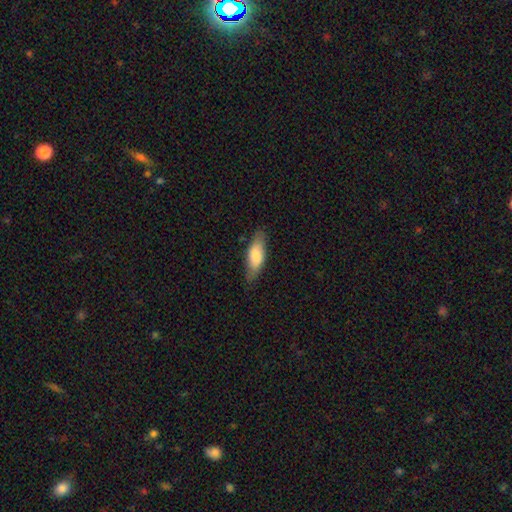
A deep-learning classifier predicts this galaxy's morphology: Smooth or featured: smooth — 77% (featured or disk — 17%)
How rounded: in between — 70% (cigar-shaped — 28%)
Merging: none — 77% (minor disturbance — 18%)